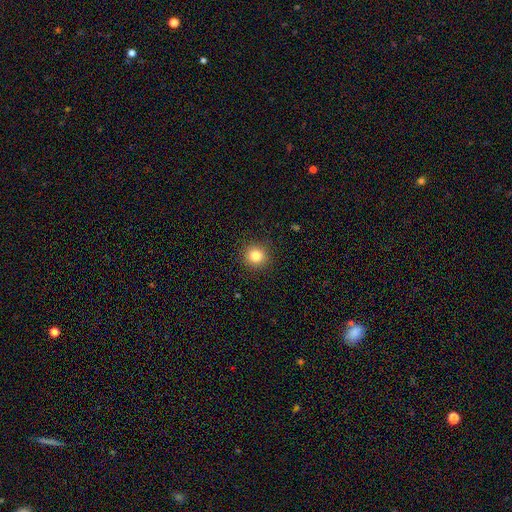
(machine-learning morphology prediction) A smooth galaxy with no disk features (83%) that is round (93%). Merging: none (91%).